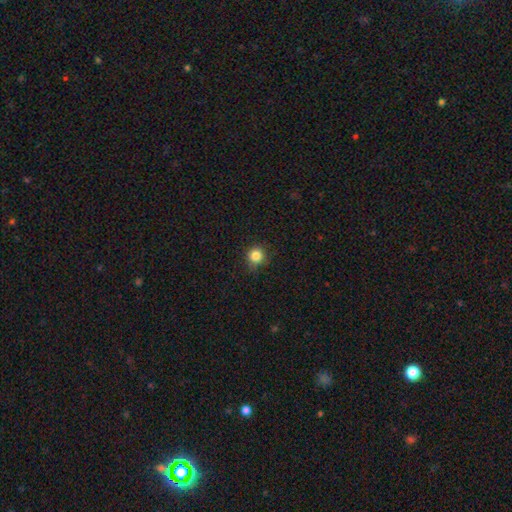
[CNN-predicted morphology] The model was most divided on "smooth or featured": smooth: 84%, star or artifact: 12%, featured or disk: 4%. More confident: how rounded — round (94%); merging — none (86%).